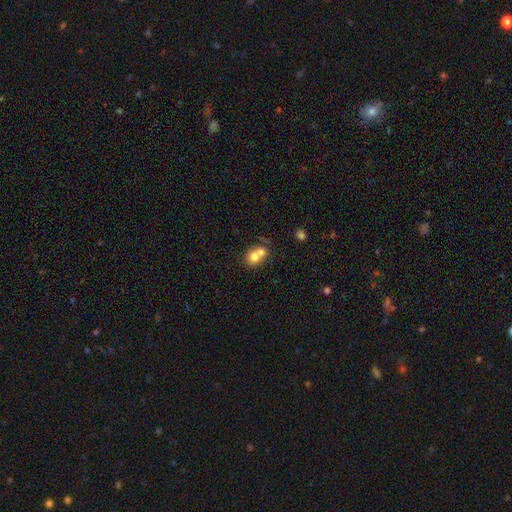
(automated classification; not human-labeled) The model was most divided on "how rounded": round: 62%, in between: 37%, cigar-shaped: 1%. More confident: smooth or featured — smooth (73%); merging — merger (61%).